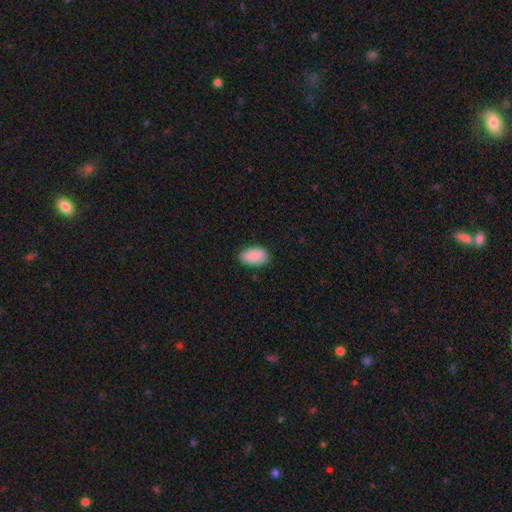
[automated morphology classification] smooth_or_featured: smooth (p=0.88) [alt: star or artifact p=0.07]
how_rounded: in between (p=0.93) [alt: round p=0.05]
merging: none (p=0.77) [alt: minor disturbance p=0.19]